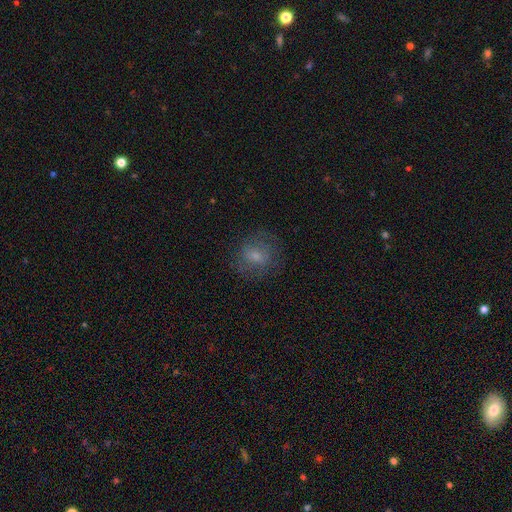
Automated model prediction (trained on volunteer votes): Smooth or featured? smooth (64%)
How rounded? round (71%)
Merging? none (74%)